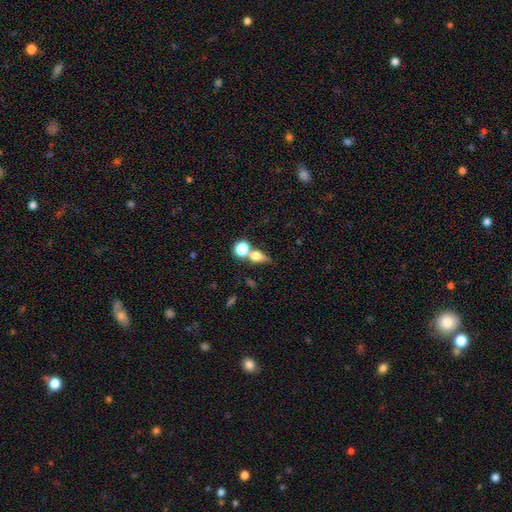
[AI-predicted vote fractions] smooth_or_featured: smooth (p=0.67) [alt: featured or disk p=0.20]
how_rounded: in between (p=0.44) [alt: round p=0.43]
merging: merger (p=0.44) [alt: none p=0.41]